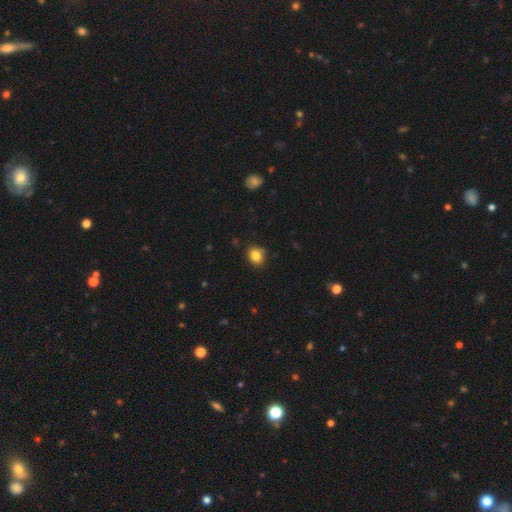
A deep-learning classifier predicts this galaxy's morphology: smooth 84%, star or artifact 11%, featured or disk 6%. Down the decision tree: how rounded — round (61%); merging — none (81%).